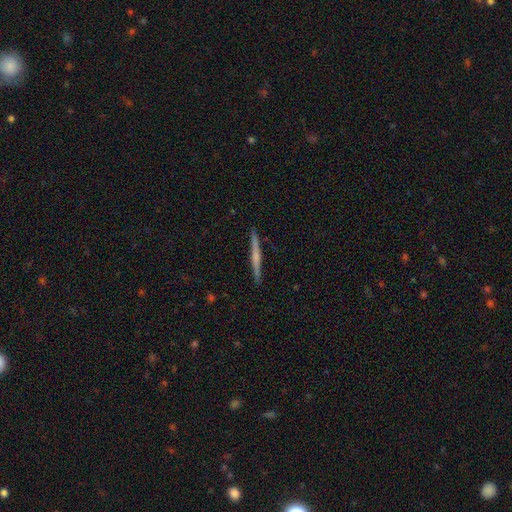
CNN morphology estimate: A featured or disk galaxy (58%) viewed edge-on (98%) with a rounded central bulge (45%, tied with none).

Vote fractions:
- Smooth or featured? featured or disk: 58% / smooth: 36% / star or artifact: 6%
- Edge-on disk? yes: 98% / no: 2%
- Edge-on bulge? rounded: 45% (tied) / none: 45% (tied) / boxy: 11%
- Merging? none: 92% / minor disturbance: 6% / major disturbance: 1% / merger: 1%